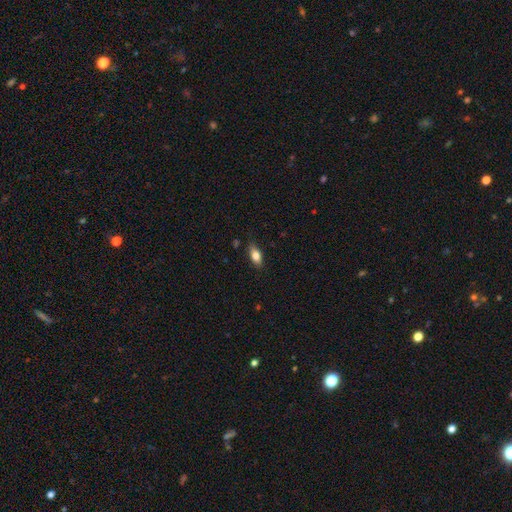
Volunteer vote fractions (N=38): Overall: smooth (87%). How rounded: in between (91%). Merging: none (86%).